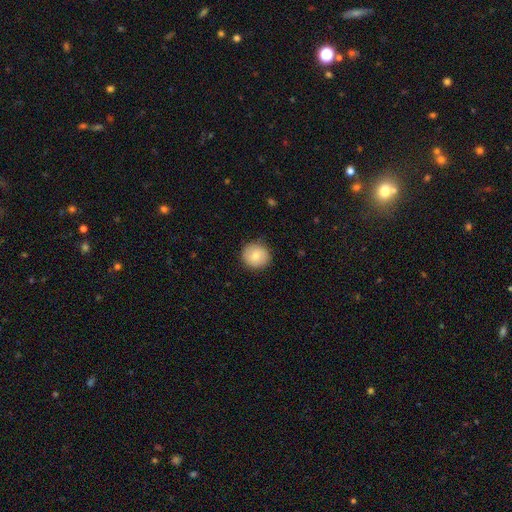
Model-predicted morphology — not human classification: Smooth or featured: smooth — 78% (featured or disk — 15%)
How rounded: round — 91% (in between — 8%)
Merging: none — 87% (minor disturbance — 10%)